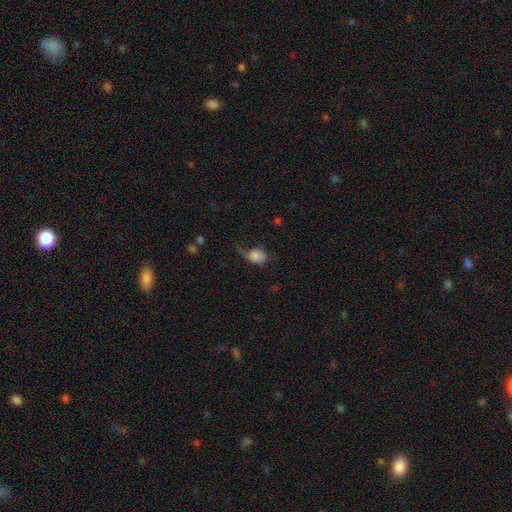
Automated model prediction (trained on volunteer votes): smooth 77%, featured or disk 14%, star or artifact 9%. Down the decision tree: how rounded — in between (55%); merging — minor disturbance (33%).